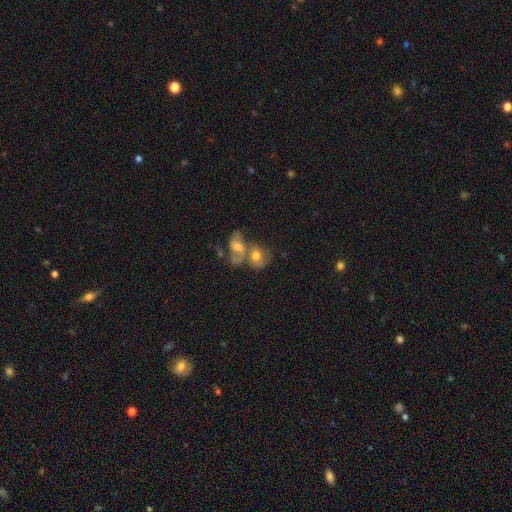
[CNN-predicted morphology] This is possibly a smooth galaxy (54%). How rounded: possibly round (50%). Merging: possibly merger (57%).